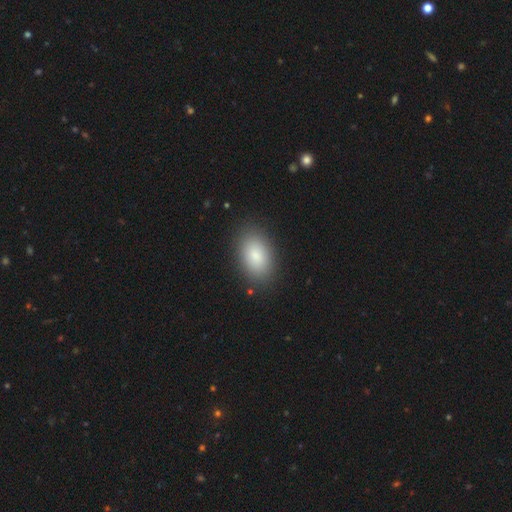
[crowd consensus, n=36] Q: Smooth or featured?
A: smooth (89%); runner-up: featured or disk (6%)
Q: How rounded?
A: in between (88%); runner-up: round (9%)
Q: Merging?
A: none (79%); runner-up: minor disturbance (12%)